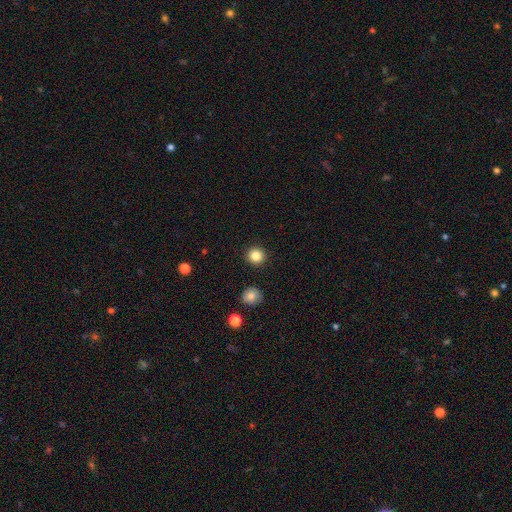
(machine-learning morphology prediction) Smooth or featured? Predicted: smooth (p=0.85). How rounded? Predicted: round (p=0.93). Merging? Predicted: none (p=0.92).